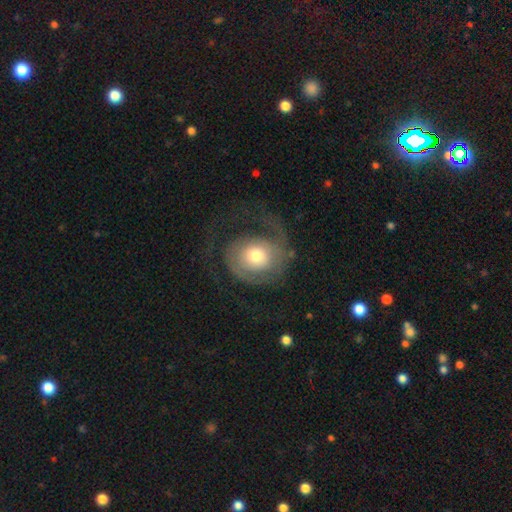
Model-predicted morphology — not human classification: This appears to be a featured or disk galaxy (62%) with no bar (80%), spiral arms (79%) and a moderate central bulge (60%). Merging: none (44%).